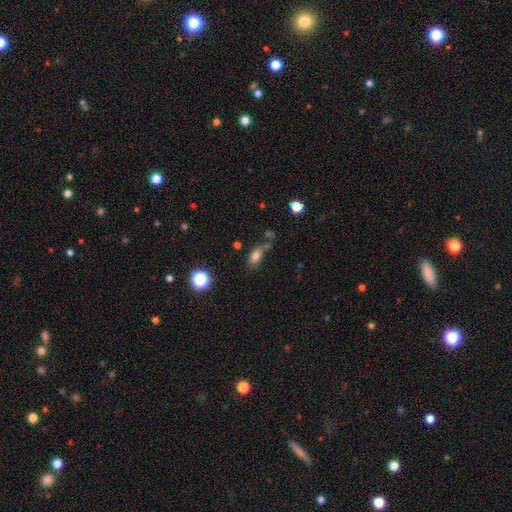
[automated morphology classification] Smooth or featured: smooth — 77% (star or artifact — 13%)
How rounded: in between — 83% (round — 11%)
Merging: none — 54% (minor disturbance — 21%)